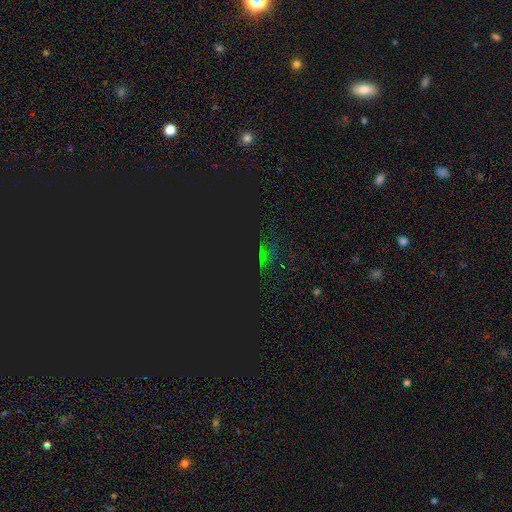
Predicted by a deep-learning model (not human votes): This appears to be a star or artifact, not a galaxy (80%).